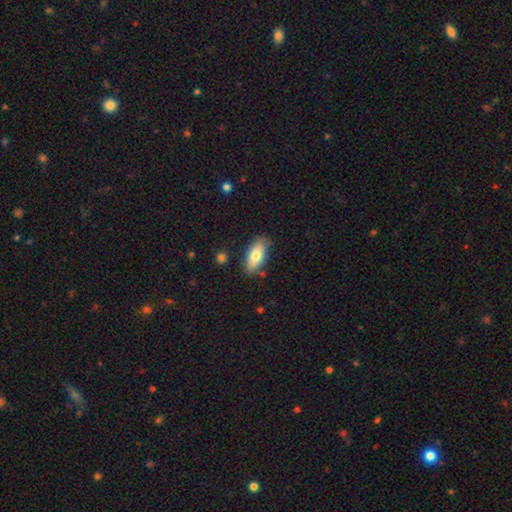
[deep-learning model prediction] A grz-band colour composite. It shows a smooth galaxy with no disk features (76%) that is in between round and cigar-shaped (86%). Merging: none (82%).